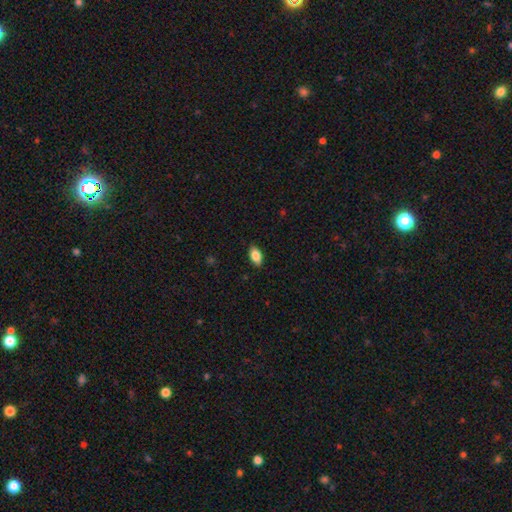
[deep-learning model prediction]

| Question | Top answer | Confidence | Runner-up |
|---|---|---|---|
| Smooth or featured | smooth | 85% | featured or disk (8%) |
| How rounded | in between | 92% | round (5%) |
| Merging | none | 88% | minor disturbance (9%) |